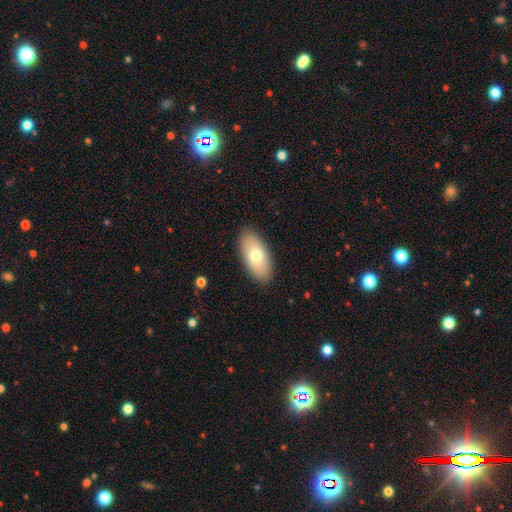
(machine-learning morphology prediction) A smooth galaxy with no disk features (73%) that is in between round and cigar-shaped (91%).

Vote fractions:
- Smooth or featured? smooth: 73% / featured or disk: 20% / star or artifact: 6%
- How rounded? in between: 91% / cigar-shaped: 6% / round: 3%
- Merging? none: 89% / minor disturbance: 8% / major disturbance: 2% / merger: 1%